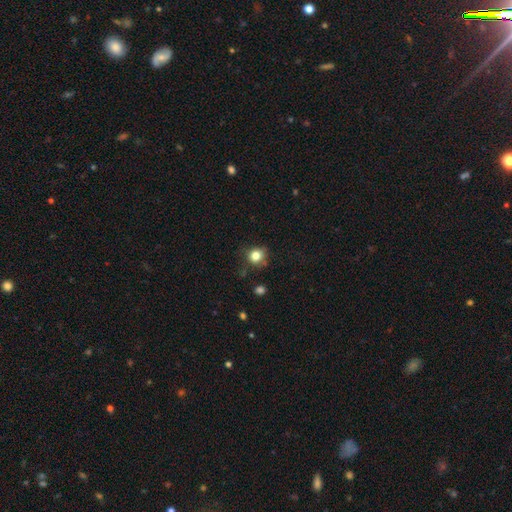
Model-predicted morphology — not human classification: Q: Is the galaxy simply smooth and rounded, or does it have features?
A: smooth — 82%.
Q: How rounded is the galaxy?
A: round — 84%.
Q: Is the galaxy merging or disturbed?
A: none — 74%.